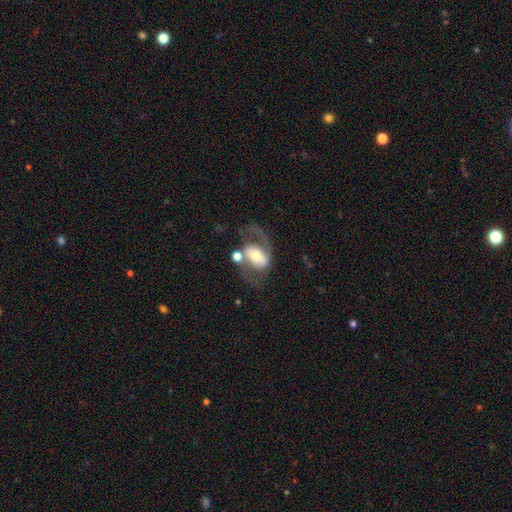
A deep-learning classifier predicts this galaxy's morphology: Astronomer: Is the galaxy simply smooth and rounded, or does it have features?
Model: featured or disk — 69%.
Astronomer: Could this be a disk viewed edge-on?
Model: no — 96%.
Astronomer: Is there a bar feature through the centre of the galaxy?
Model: no — 38% (runner-up: weak, 34%).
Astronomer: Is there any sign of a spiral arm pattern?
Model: yes — 80%.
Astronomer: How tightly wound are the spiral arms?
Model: medium — 44% (runner-up: loose, 42%).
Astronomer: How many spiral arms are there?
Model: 2 — 73%.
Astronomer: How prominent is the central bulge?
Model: moderate — 57%.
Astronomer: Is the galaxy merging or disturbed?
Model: none — 40% (runner-up: major disturbance, 24%).